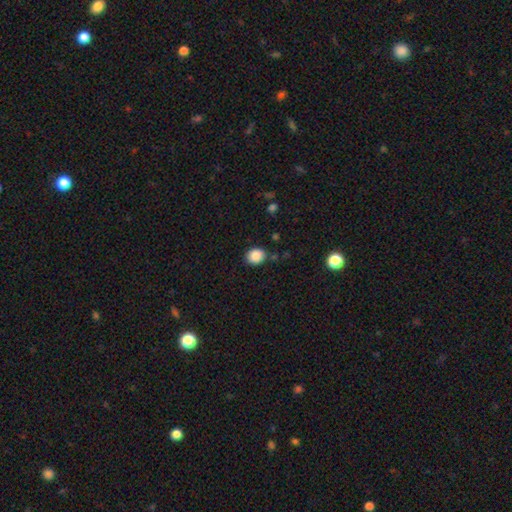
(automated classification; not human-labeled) This appears to be a smooth galaxy with no disk features (87%) that is round (63%). Merging: none (78%).